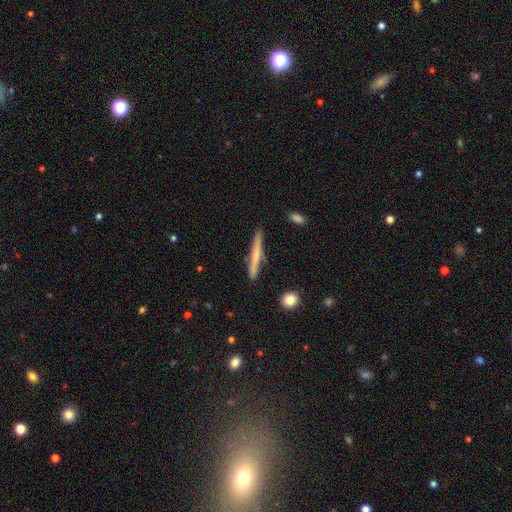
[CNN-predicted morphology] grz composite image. It shows a smooth galaxy with no disk features (51%) that is cigar-shaped (95%). Merging: none (88%).